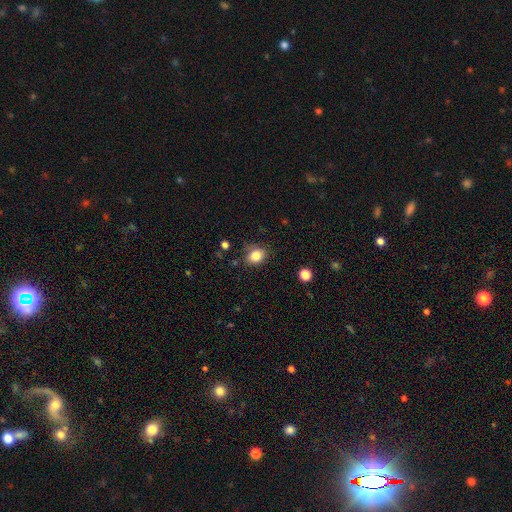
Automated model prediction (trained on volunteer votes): Smooth or featured: smooth — 83% (star or artifact — 10%)
How rounded: in between — 50% (round — 49%)
Merging: none — 77% (minor disturbance — 17%)